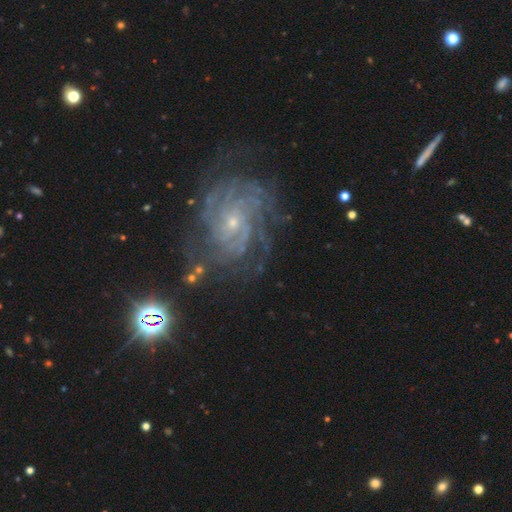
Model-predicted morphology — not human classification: This is clearly a featured or disk galaxy (82%). It is clearly not viewed edge-on (97%). Bar: likely no (65%). Spiral arm pattern: clearly yes (96%). Spiral arm count: marginally can't tell (33%). Spiral winding: likely tight (68%). Central bulge: likely small (77%). Merging: likely none (73%).